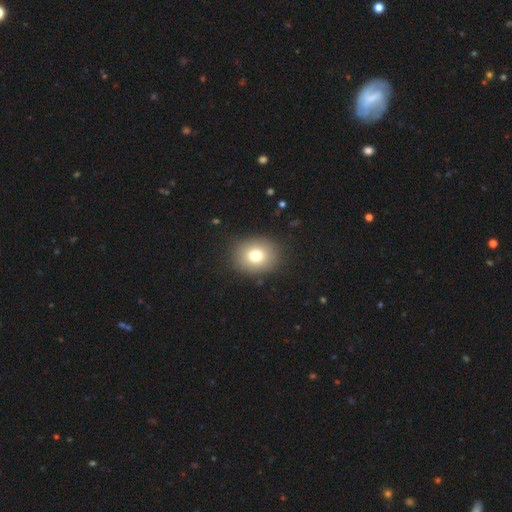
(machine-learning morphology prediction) Q: Smooth or featured?
A: smooth (76%); runner-up: featured or disk (12%)
Q: How rounded?
A: round (64%); runner-up: in between (35%)
Q: Merging?
A: none (89%); runner-up: minor disturbance (7%)